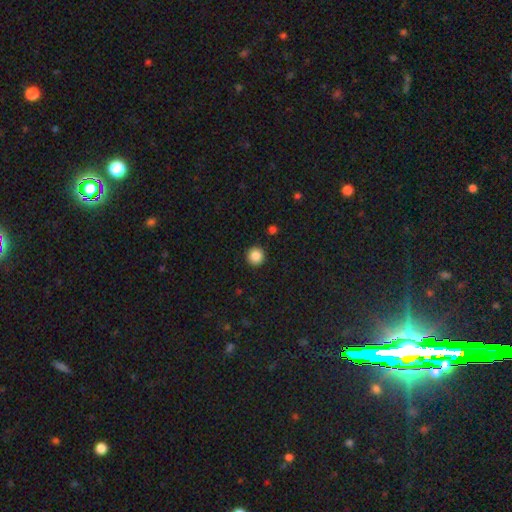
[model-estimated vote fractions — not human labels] This appears to be a smooth galaxy with no disk features (87%) that is round (95%). Merging: none (93%).